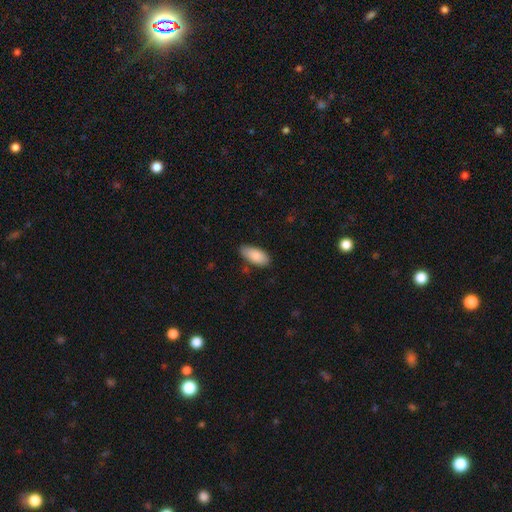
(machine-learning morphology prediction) Q: Smooth or featured?
A: smooth (88%); runner-up: featured or disk (6%)
Q: How rounded?
A: in between (90%); runner-up: cigar-shaped (8%)
Q: Merging?
A: none (76%); runner-up: minor disturbance (19%)